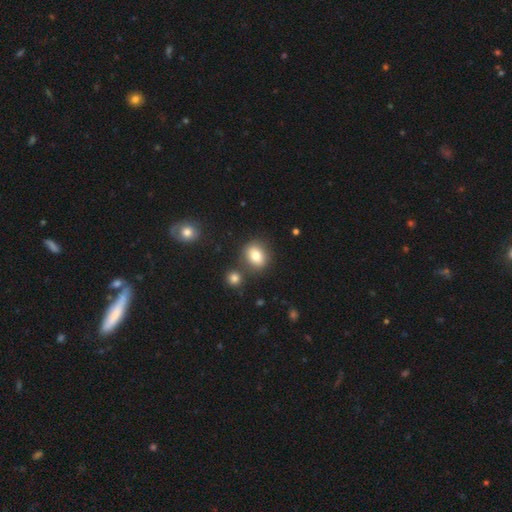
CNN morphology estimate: Smooth or featured? Predicted: smooth (p=0.79). How rounded? Predicted: round (p=0.60). Merging? Predicted: none (p=0.75).